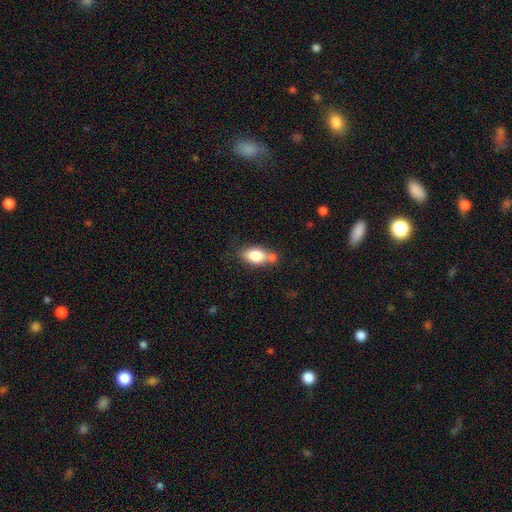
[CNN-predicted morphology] Smooth or featured? Predicted: smooth (p=0.78). How rounded? Predicted: in between (p=0.86). Merging? Predicted: none (p=0.51).